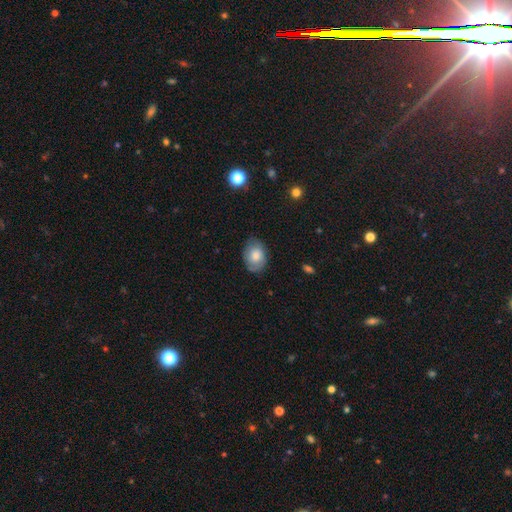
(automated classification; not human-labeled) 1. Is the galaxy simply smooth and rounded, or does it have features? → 69% smooth, 24% featured or disk, 7% star or artifact.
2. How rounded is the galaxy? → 77% in between, 22% round, 1% cigar-shaped.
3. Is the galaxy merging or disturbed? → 73% none, 22% minor disturbance, 5% major disturbance, 1% merger.